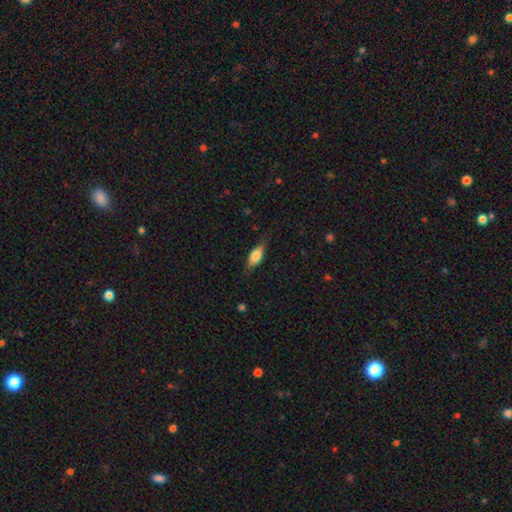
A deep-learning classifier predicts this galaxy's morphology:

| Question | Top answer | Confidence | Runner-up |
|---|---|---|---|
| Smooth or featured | smooth | 68% | featured or disk (25%) |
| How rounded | in between | 76% | cigar-shaped (20%) |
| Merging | none | 74% | minor disturbance (20%) |